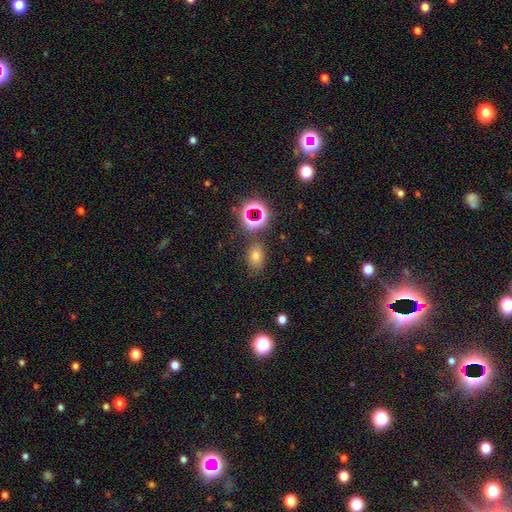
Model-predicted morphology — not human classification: type=smooth (66%); roundness=in between (73%); merging=none (78%).